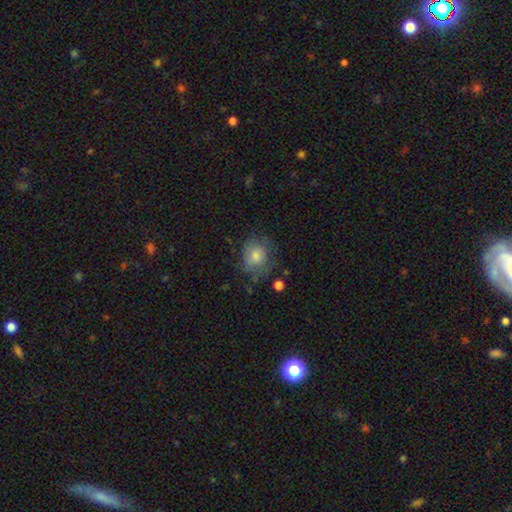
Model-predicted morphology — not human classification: Smooth or featured?
  - smooth: 68% *
  - featured or disk: 21%
  - star or artifact: 11%
How rounded?
  - round: 66% *
  - in between: 33%
  - cigar-shaped: 1%
Merging?
  - none: 63% *
  - minor disturbance: 24%
  - major disturbance: 11%
  - merger: 2%